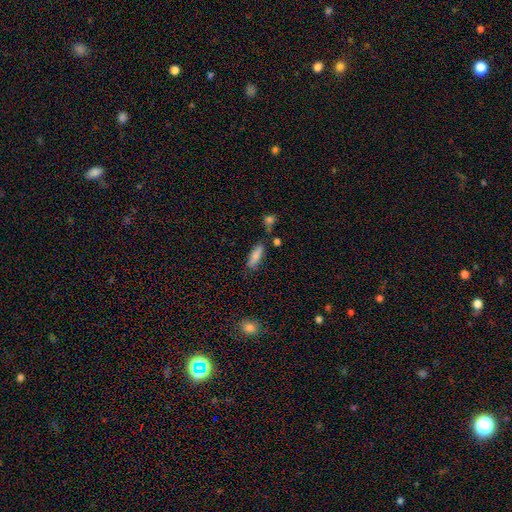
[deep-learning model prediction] Smooth or featured: smooth — 81% (featured or disk — 11%)
How rounded: in between — 53% (cigar-shaped — 44%)
Merging: none — 72% (minor disturbance — 17%)